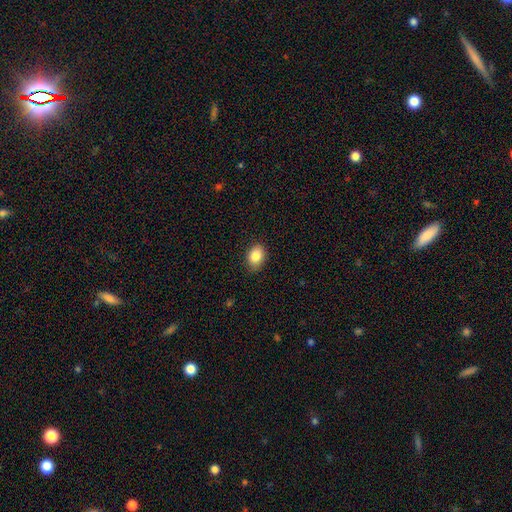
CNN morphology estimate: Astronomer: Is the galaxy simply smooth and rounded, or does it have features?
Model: smooth — 85%.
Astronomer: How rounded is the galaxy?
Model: in between — 71%.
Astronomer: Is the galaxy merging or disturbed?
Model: none — 84%.